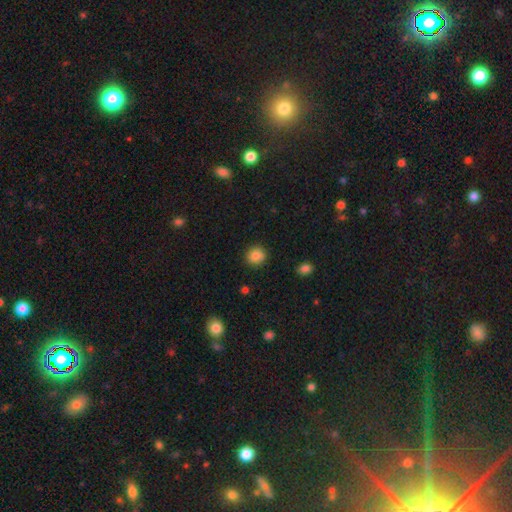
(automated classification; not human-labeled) Smooth or featured? smooth (85%)
How rounded? round (88%)
Merging? none (88%)